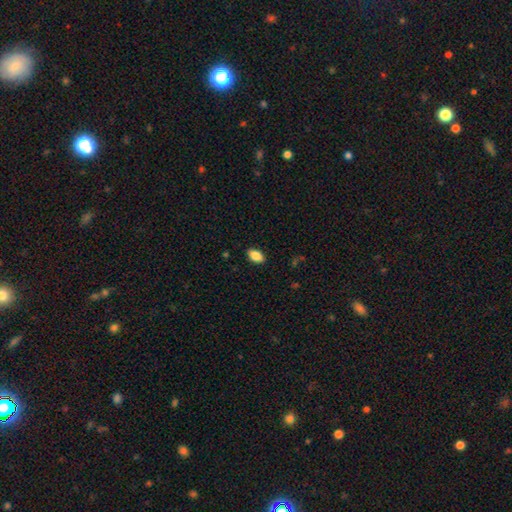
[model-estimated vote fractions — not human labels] Smooth or featured: smooth — 87% (star or artifact — 8%)
How rounded: in between — 90% (round — 7%)
Merging: none — 88% (minor disturbance — 9%)